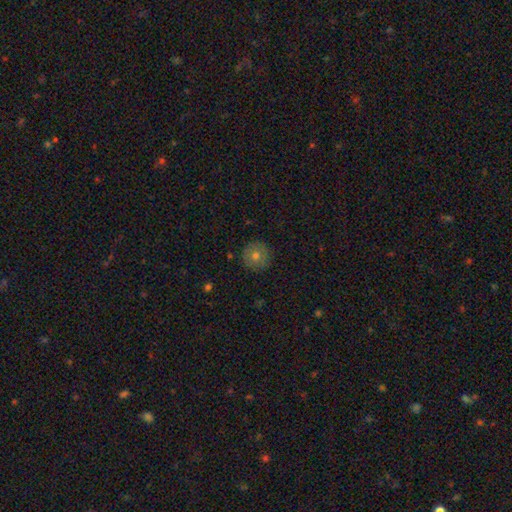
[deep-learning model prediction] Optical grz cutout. It shows a smooth galaxy with no disk features (69%) that is round (96%). Merging: none (90%).